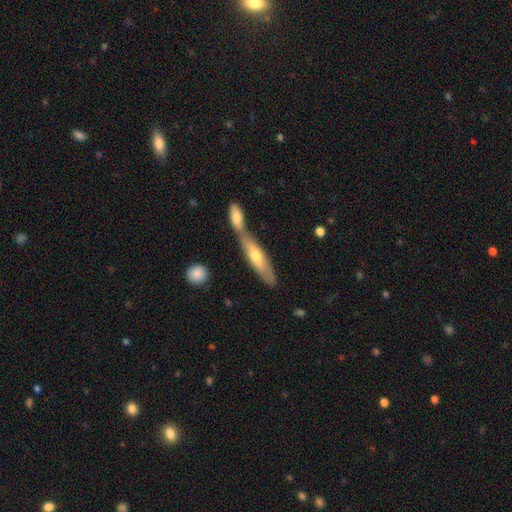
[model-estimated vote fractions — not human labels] smooth_or_featured: featured or disk (p=0.48) [alt: smooth p=0.46]
merging: merger (p=0.44) [alt: none p=0.42]